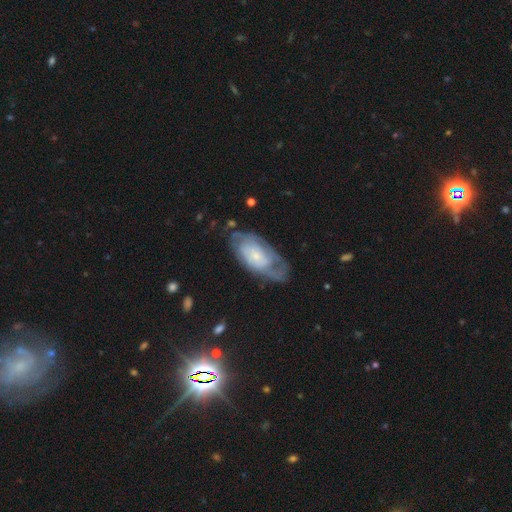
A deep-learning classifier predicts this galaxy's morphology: Overall: featured or disk (65%; smooth 28%). Edge-on disk: no (92%). Bar: no (77%). Spiral arms: yes (72%). Bulge size: small (68%). Merging: none (54%; minor disturbance 26%).